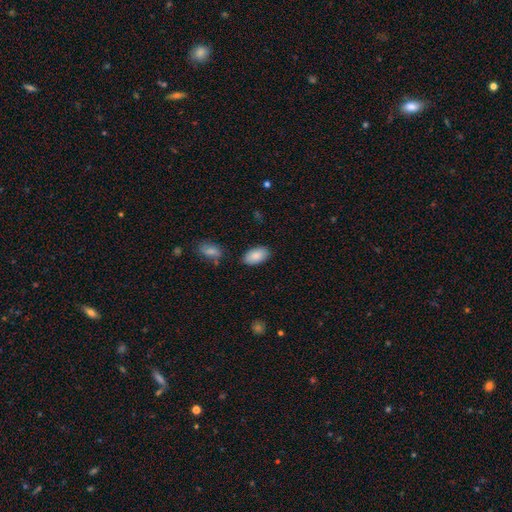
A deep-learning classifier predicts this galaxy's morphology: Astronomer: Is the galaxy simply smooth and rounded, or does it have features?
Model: smooth — 87%.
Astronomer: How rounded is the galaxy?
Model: in between — 95%.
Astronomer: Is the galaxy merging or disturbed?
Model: none — 84%.